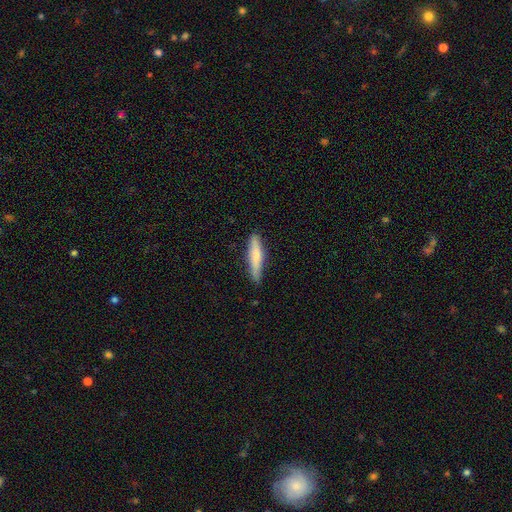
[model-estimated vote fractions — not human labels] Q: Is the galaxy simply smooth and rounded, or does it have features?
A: smooth — 71%.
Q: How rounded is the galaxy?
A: cigar-shaped — 86%.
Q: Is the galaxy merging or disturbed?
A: none — 79%.